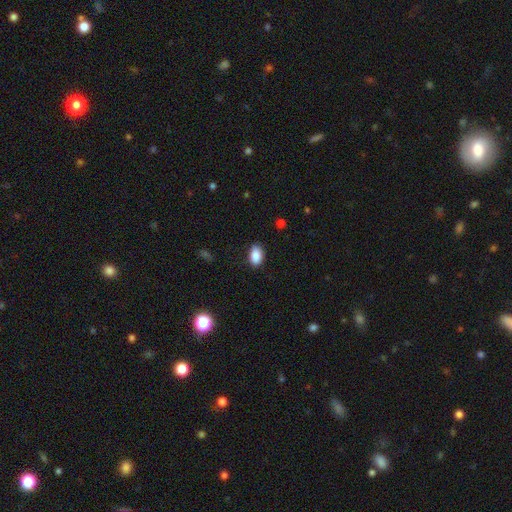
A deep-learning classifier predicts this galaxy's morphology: smooth_or_featured: smooth (p=0.87) [alt: star or artifact p=0.08]
how_rounded: in between (p=0.89) [alt: round p=0.09]
merging: none (p=0.82) [alt: minor disturbance p=0.15]